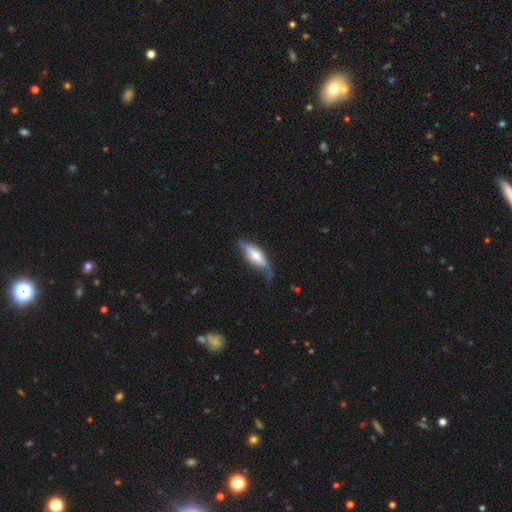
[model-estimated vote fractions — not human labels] Smooth or featured?
  - smooth: 51% *
  - featured or disk: 44%
  - star or artifact: 6%
How rounded?
  - in between: 61% *
  - cigar-shaped: 37%
  - round: 2%
Merging?
  - none: 55% *
  - minor disturbance: 32%
  - major disturbance: 11%
  - merger: 2%